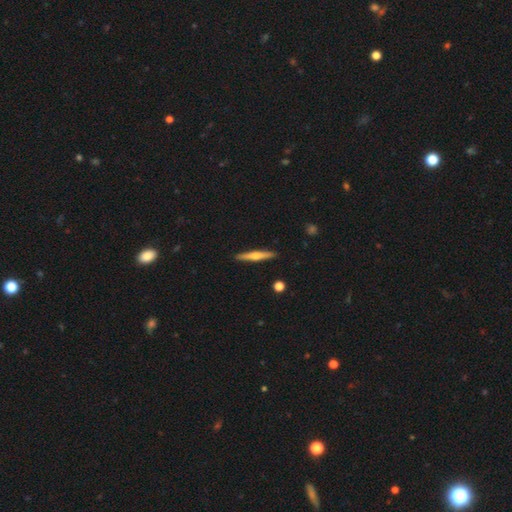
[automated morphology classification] A featured or disk galaxy (54%) viewed edge-on (97%) with a rounded central bulge (85%).

Vote fractions:
- Smooth or featured? featured or disk: 54% / smooth: 41% / star or artifact: 6%
- Edge-on disk? yes: 97% / no: 3%
- Edge-on bulge? rounded: 85% / none: 11% / boxy: 4%
- Merging? none: 91% / minor disturbance: 6% / major disturbance: 1% / merger: 1%